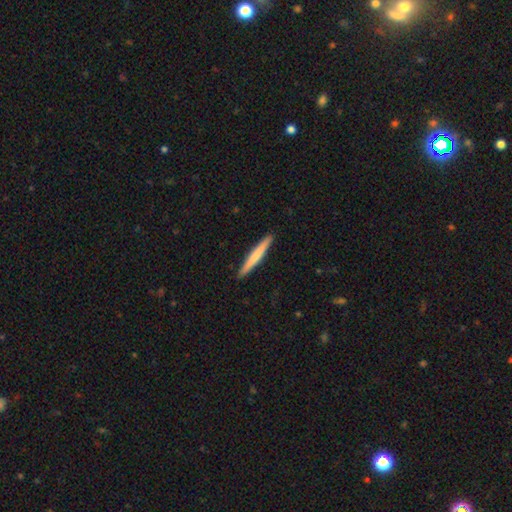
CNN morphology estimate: This appears to be a smooth galaxy with no disk features (65%) that is cigar-shaped (97%). Merging: none (93%).